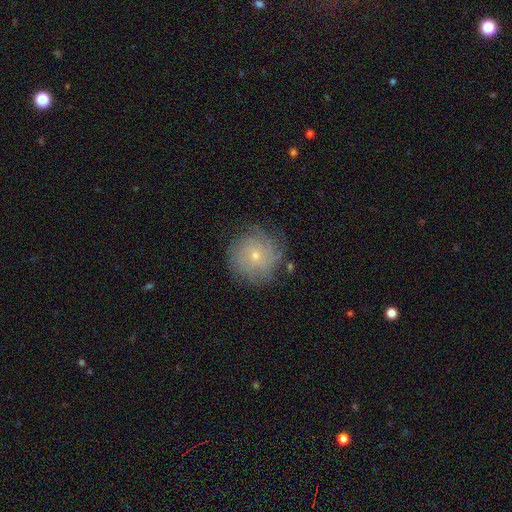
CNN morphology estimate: Overall: featured or disk (55%; smooth 34%). Edge-on disk: no (97%). Bar: no (82%). Spiral arms: yes (80%). Bulge size: small (70%). Merging: none (74%).